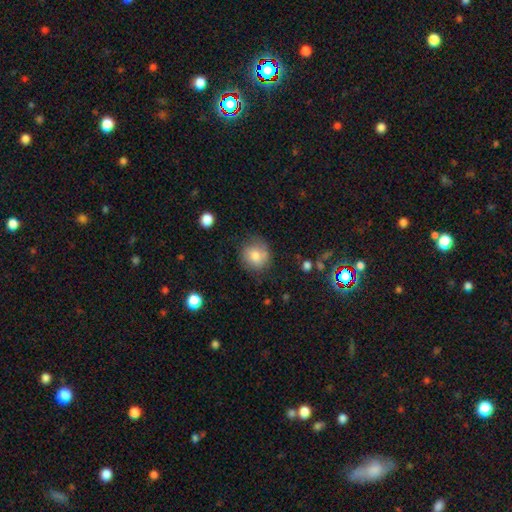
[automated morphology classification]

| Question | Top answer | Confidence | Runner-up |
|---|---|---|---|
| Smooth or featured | smooth | 74% | featured or disk (16%) |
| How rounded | round | 85% | in between (14%) |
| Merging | none | 70% | minor disturbance (21%) |